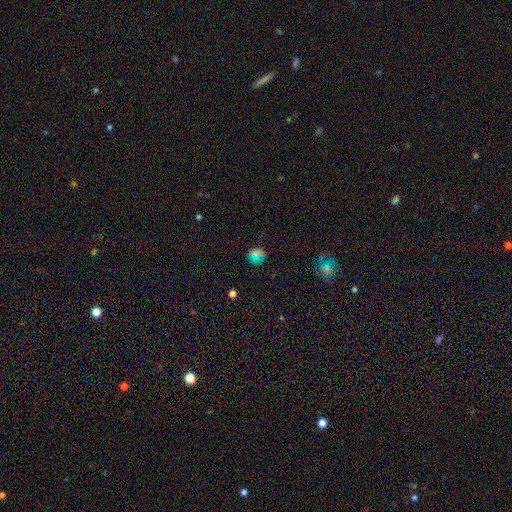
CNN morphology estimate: smooth 65%, star or artifact 19%, featured or disk 16%. Down the decision tree: how rounded — round (71%); merging — none (74%).